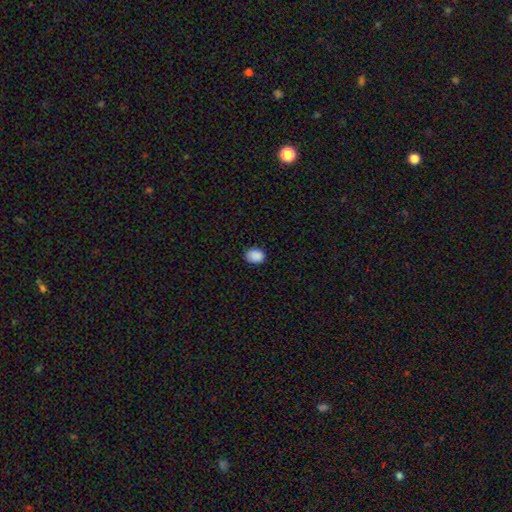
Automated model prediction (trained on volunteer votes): smooth 89%, star or artifact 8%, featured or disk 2%. Down the decision tree: how rounded — in between (64%); merging — none (87%).